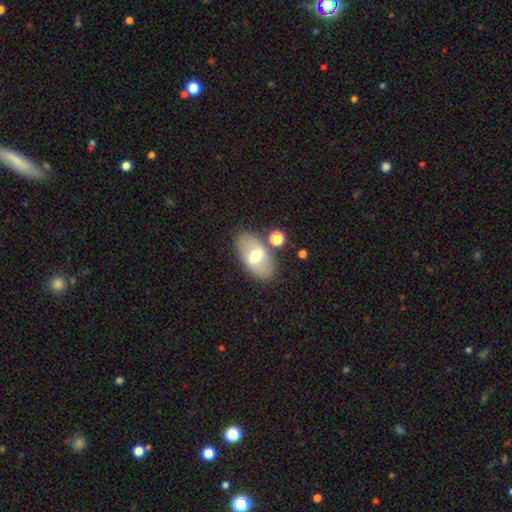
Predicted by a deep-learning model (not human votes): smooth-or-featured: smooth: 53% | featured or disk: 39% | star or artifact: 8%
  how-rounded: in between: 91% | round: 6% | cigar-shaped: 2%
  merging: none: 77% | minor disturbance: 12% | merger: 7% | major disturbance: 4%